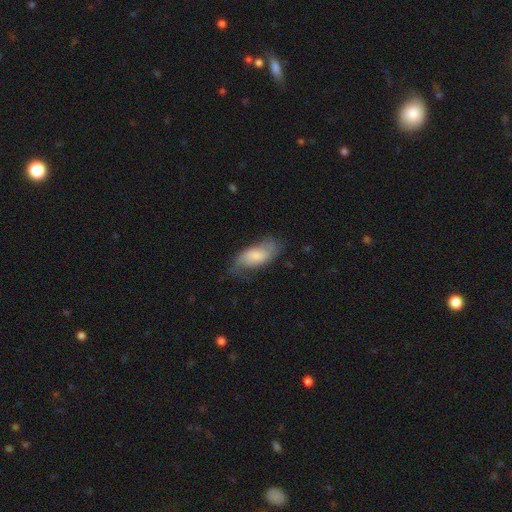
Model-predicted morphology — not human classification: A smooth galaxy with no disk features (68%) that is in between round and cigar-shaped (85%).

Vote fractions:
- Smooth or featured? smooth: 68% / featured or disk: 26% / star or artifact: 6%
- How rounded? in between: 85% / cigar-shaped: 12% / round: 3%
- Merging? none: 56% / minor disturbance: 31% / major disturbance: 12% / merger: 2%